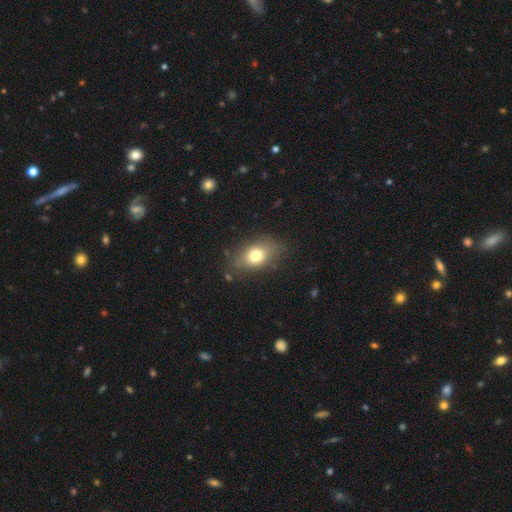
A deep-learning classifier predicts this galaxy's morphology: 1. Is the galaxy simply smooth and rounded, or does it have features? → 75% smooth, 15% featured or disk, 10% star or artifact.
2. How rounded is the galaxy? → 77% in between, 20% round, 2% cigar-shaped.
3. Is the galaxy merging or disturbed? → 76% none, 17% minor disturbance, 5% major disturbance, 2% merger.